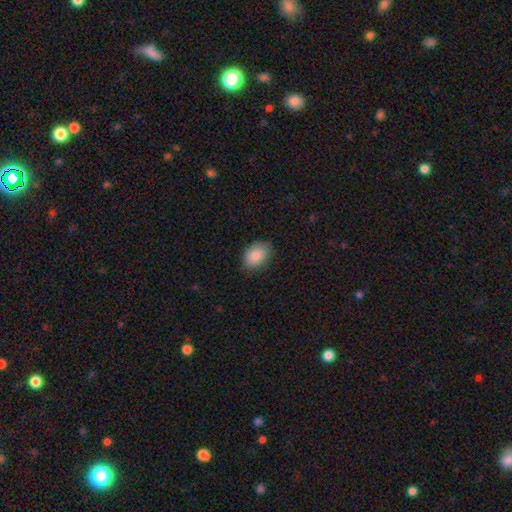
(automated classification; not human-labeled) Smooth or featured? Predicted: smooth (p=0.87). How rounded? Predicted: in between (p=0.85). Merging? Predicted: none (p=0.82).